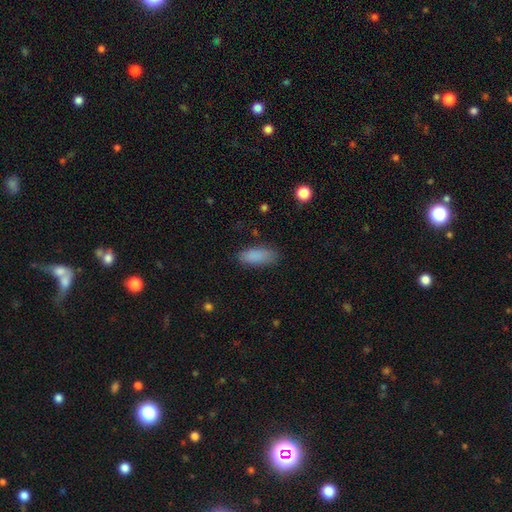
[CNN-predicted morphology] Smooth or featured: smooth — 88% (star or artifact — 7%)
How rounded: in between — 76% (cigar-shaped — 22%)
Merging: none — 82% (minor disturbance — 13%)